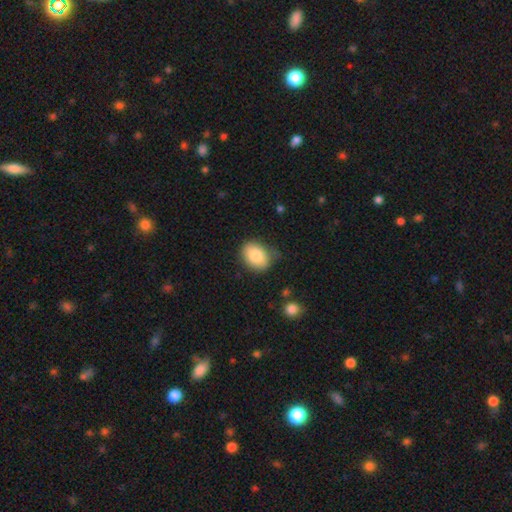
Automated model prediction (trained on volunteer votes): smooth-or-featured: smooth: 83% | featured or disk: 9% | star or artifact: 7%
  how-rounded: in between: 74% | round: 25% | cigar-shaped: 1%
  merging: none: 72% | minor disturbance: 21% | major disturbance: 5% | merger: 2%